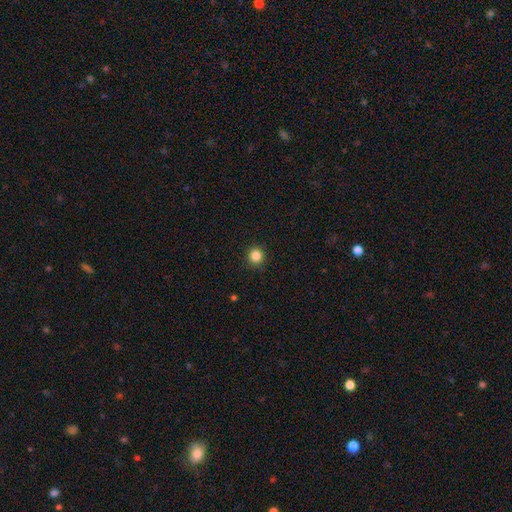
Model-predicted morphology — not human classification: Smooth or featured? smooth (85%)
How rounded? round (94%)
Merging? none (91%)